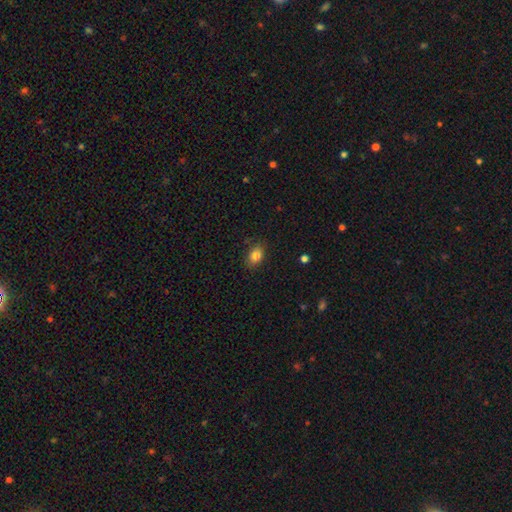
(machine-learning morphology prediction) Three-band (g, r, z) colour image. It shows a smooth galaxy with no disk features (83%) that is in between round and cigar-shaped (78%). Merging: none (84%).